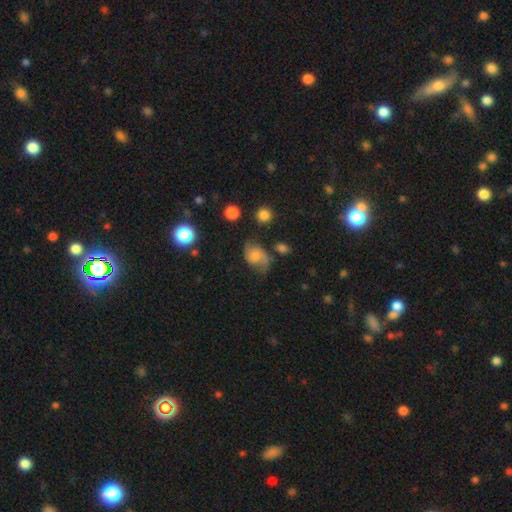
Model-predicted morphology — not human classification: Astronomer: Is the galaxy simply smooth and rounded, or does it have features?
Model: smooth — 45% (runner-up: featured or disk, 44%).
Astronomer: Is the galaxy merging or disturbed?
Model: none — 45% (runner-up: minor disturbance, 30%).